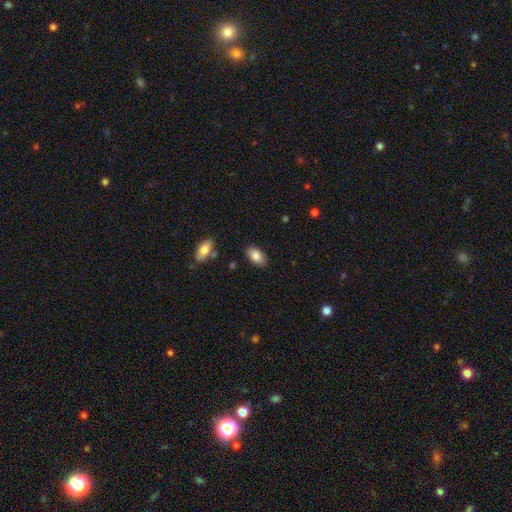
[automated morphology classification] type=smooth (85%); roundness=in between (93%); merging=none (86%).